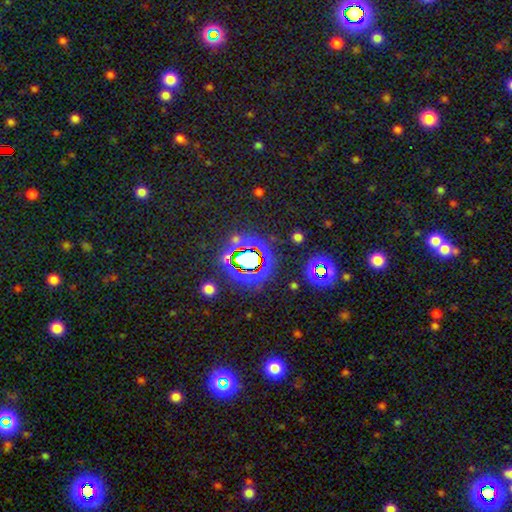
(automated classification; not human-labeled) star or artifact 73%, smooth 17%, featured or disk 9%.